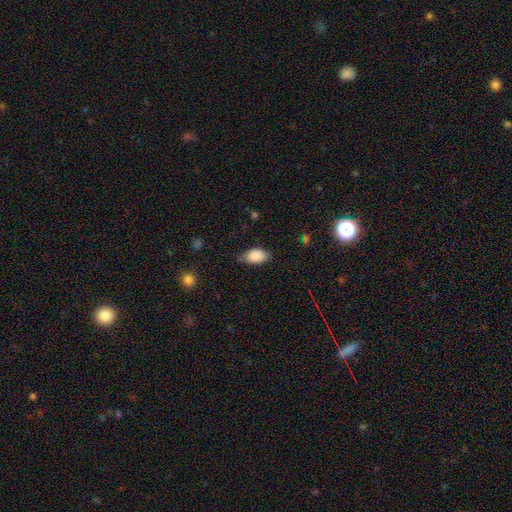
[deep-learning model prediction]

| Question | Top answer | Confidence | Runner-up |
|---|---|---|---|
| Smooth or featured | smooth | 88% | star or artifact (7%) |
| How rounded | in between | 92% | round (7%) |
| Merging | none | 67% | minor disturbance (26%) |